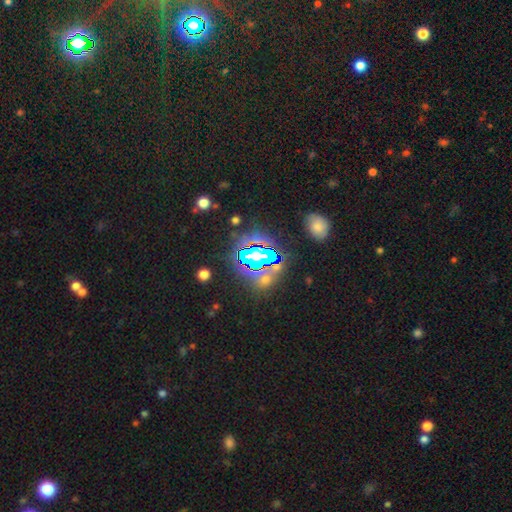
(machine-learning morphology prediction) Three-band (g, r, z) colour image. It shows a star or artifact, not a galaxy (68%).